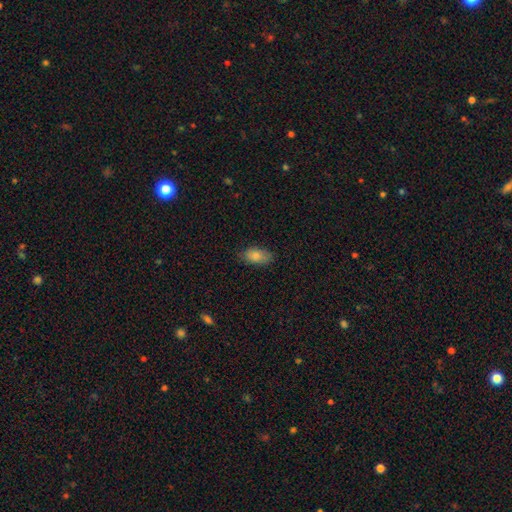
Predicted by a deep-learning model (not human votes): Q: Smooth or featured?
A: smooth (83%); runner-up: featured or disk (9%)
Q: How rounded?
A: in between (91%); runner-up: cigar-shaped (6%)
Q: Merging?
A: none (81%); runner-up: minor disturbance (15%)